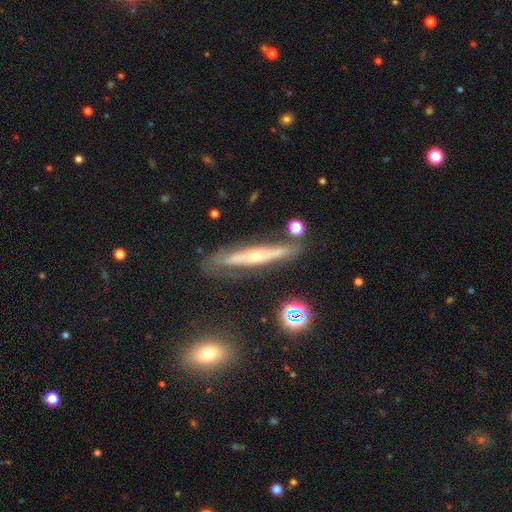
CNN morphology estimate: Q: Smooth or featured?
A: featured or disk (72%); runner-up: smooth (20%)
Q: Edge-on disk?
A: yes (80%); runner-up: no (20%)
Q: Edge-on bulge?
A: rounded (78%); runner-up: none (18%)
Q: Merging?
A: none (73%); runner-up: minor disturbance (17%)